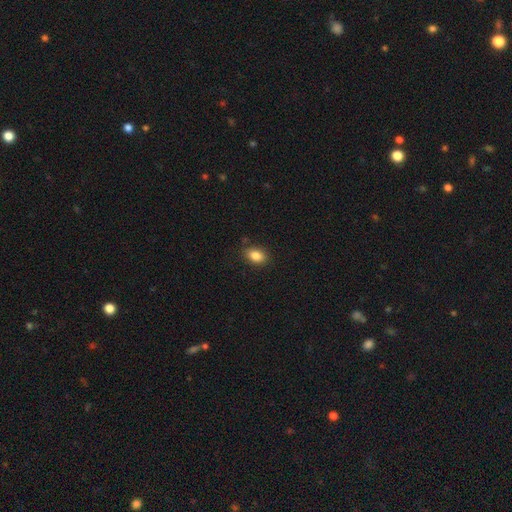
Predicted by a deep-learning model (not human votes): Smooth or featured?
  - smooth: 86% *
  - star or artifact: 9%
  - featured or disk: 5%
How rounded?
  - in between: 84% *
  - round: 14%
  - cigar-shaped: 2%
Merging?
  - none: 84% *
  - minor disturbance: 11%
  - major disturbance: 3%
  - merger: 2%